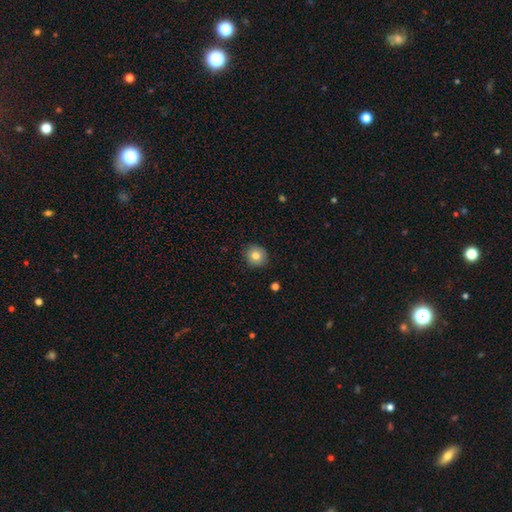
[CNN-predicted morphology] Q: Smooth or featured?
A: smooth (80%); runner-up: featured or disk (11%)
Q: How rounded?
A: round (91%); runner-up: in between (8%)
Q: Merging?
A: none (90%); runner-up: minor disturbance (7%)